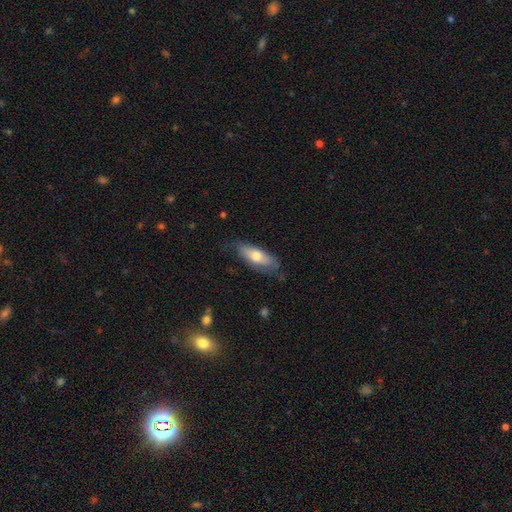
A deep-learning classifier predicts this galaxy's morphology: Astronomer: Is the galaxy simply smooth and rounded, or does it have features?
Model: smooth — 65%.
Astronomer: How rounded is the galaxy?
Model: in between — 64%.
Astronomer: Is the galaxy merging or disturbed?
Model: none — 66%.